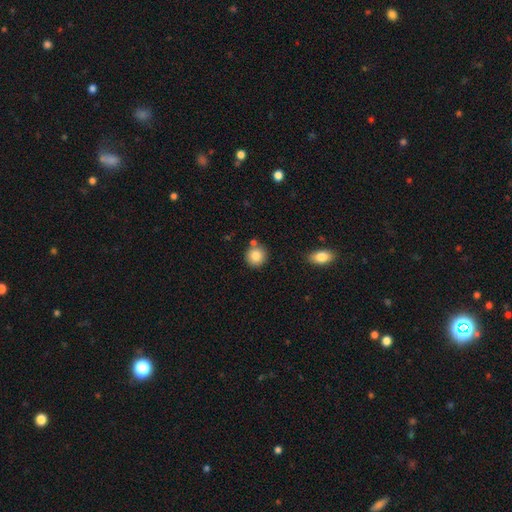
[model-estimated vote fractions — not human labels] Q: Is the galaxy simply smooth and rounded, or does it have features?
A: smooth — 84%.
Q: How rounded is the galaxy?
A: round — 92%.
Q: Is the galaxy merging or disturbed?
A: none — 77%.